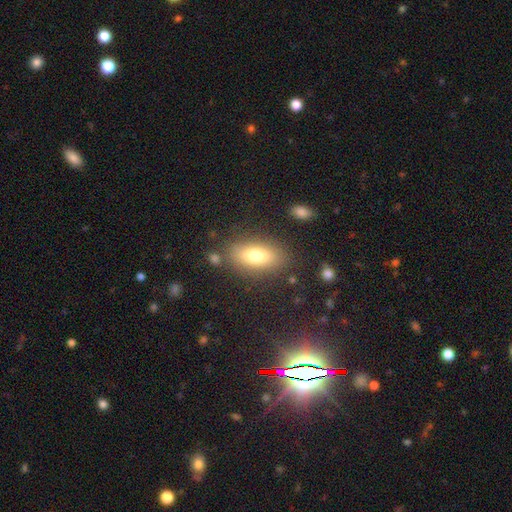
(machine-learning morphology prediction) This appears to be a smooth galaxy with no disk features (76%) that is in between round and cigar-shaped (83%). Merging: none (81%).